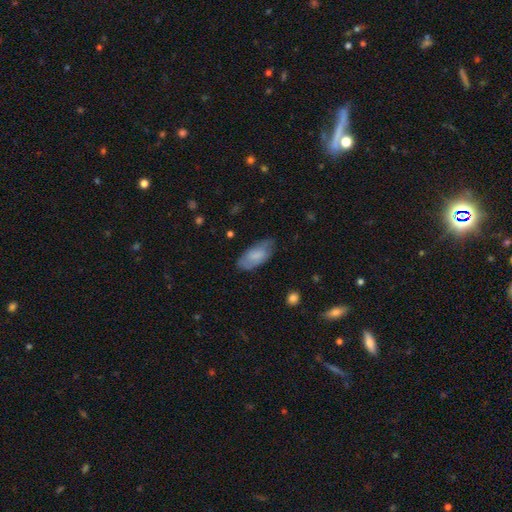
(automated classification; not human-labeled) Smooth or featured: smooth — 74% (featured or disk — 20%)
How rounded: in between — 90% (cigar-shaped — 8%)
Merging: none — 70% (minor disturbance — 24%)